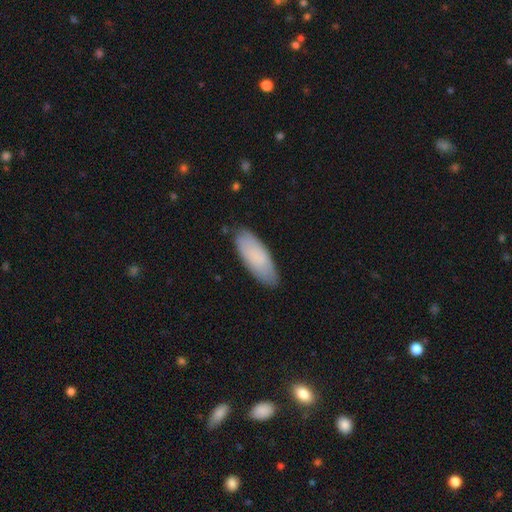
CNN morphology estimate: smooth-or-featured: smooth: 83% | featured or disk: 11% | star or artifact: 6%
  how-rounded: in between: 74% | cigar-shaped: 24% | round: 2%
  merging: none: 82% | minor disturbance: 14% | major disturbance: 3% | merger: 1%